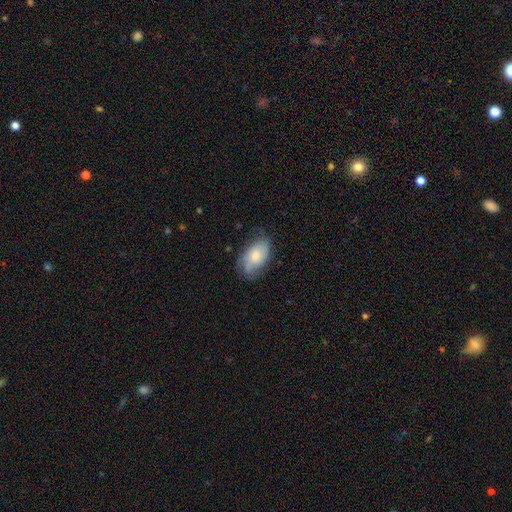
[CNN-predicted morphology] This is possibly a smooth galaxy (59%). How rounded: clearly in between (92%). Merging: likely none (61%).